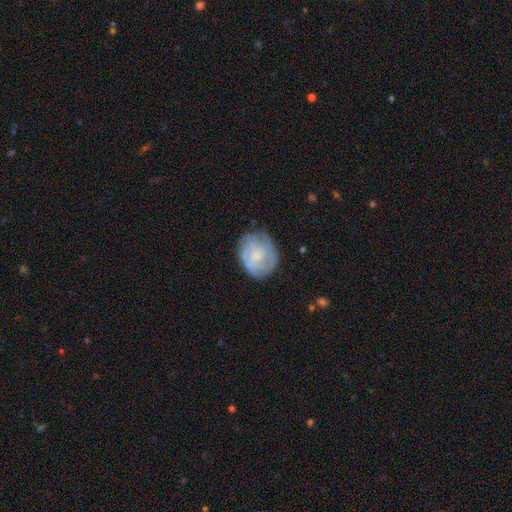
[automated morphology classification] Smooth or featured?
  - featured or disk: 50% *
  - smooth: 42%
  - star or artifact: 7%
Edge-on disk?
  - no: 98% *
  - yes: 2%
Merging?
  - none: 69% *
  - minor disturbance: 22%
  - major disturbance: 8%
  - merger: 1%